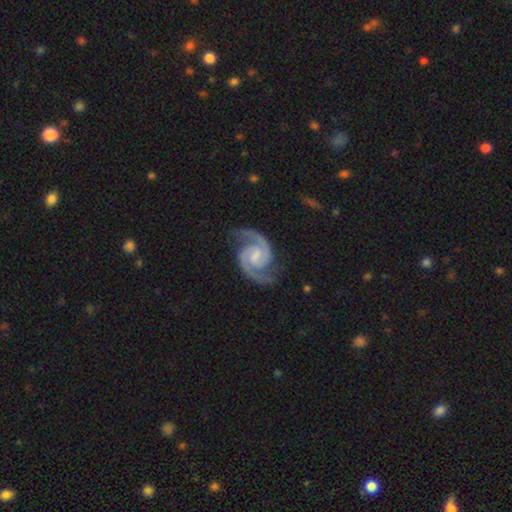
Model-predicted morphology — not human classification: Smooth or featured: featured or disk — 94% (star or artifact — 3%)
Edge-on disk: no — 98% (yes — 2%)
Bar: weak — 55% (no — 30%)
Spiral arms: yes — 99% (no — 1%)
Spiral winding: medium — 63% (tight — 27%)
Spiral arm count: 2 — 94% (3 — 1%)
Bulge size: small — 34% (none — 31%)
Merging: none — 80% (minor disturbance — 14%)